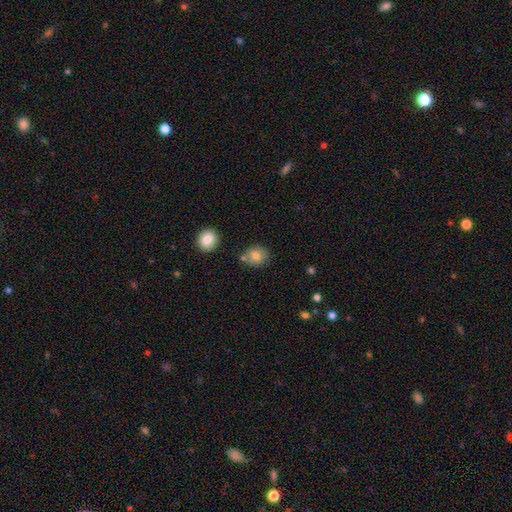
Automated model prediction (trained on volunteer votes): Smooth or featured? Predicted: smooth (p=0.78). How rounded? Predicted: round (p=0.71). Merging? Predicted: none (p=0.72).